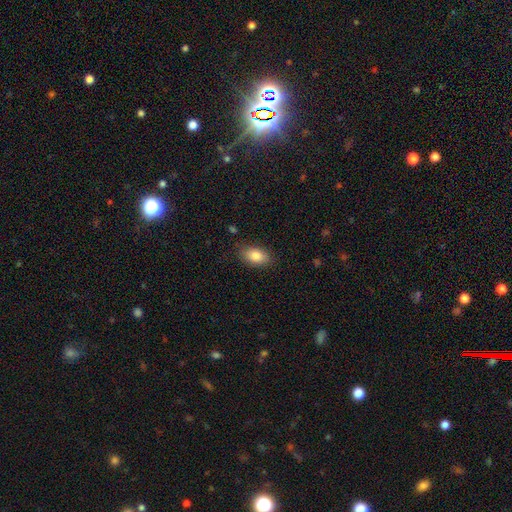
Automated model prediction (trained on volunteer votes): Q: Smooth or featured?
A: smooth (85%); runner-up: featured or disk (8%)
Q: How rounded?
A: in between (91%); runner-up: round (7%)
Q: Merging?
A: none (83%); runner-up: minor disturbance (13%)